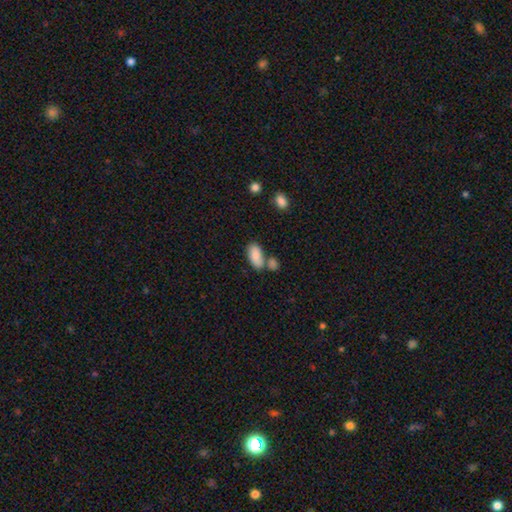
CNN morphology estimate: type=smooth (84%); roundness=in between (93%); merging=none (53%).